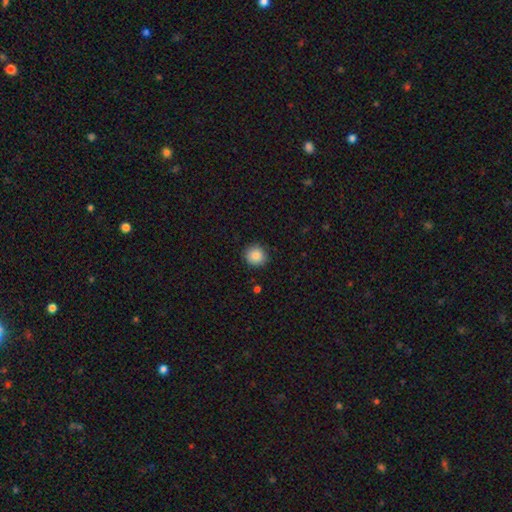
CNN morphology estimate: type=smooth (87%); roundness=round (91%); merging=none (90%).